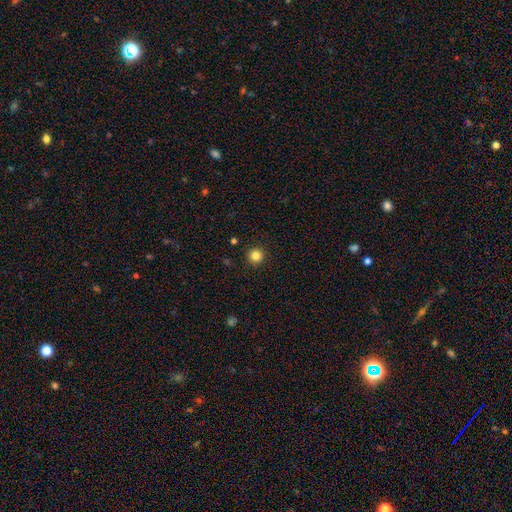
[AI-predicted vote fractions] A smooth galaxy with no disk features (84%) that is round (96%). Merging: none (93%).